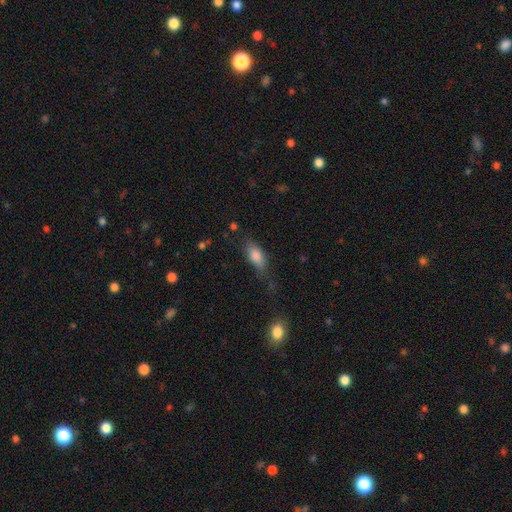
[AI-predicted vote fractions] Smooth or featured? smooth (79%)
How rounded? in between (80%)
Merging? none (56%)